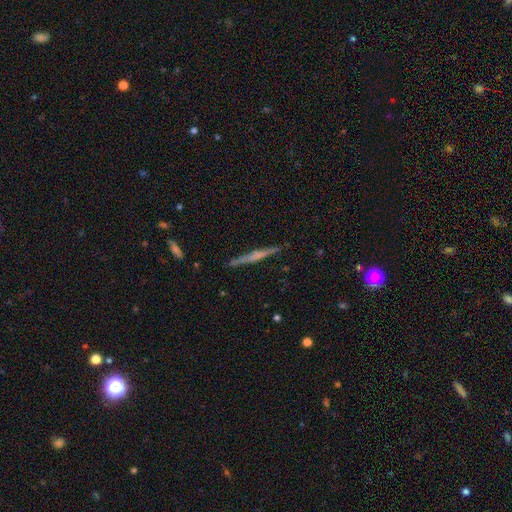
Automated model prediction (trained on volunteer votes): smooth-or-featured: featured or disk: 63% | smooth: 31% | star or artifact: 6%
  disk-edge-on: yes: 98% | no: 2%
    edge-on-bulge: none: 52% | rounded: 30% | boxy: 18%
  merging: none: 89% | minor disturbance: 8% | major disturbance: 2% | merger: 1%